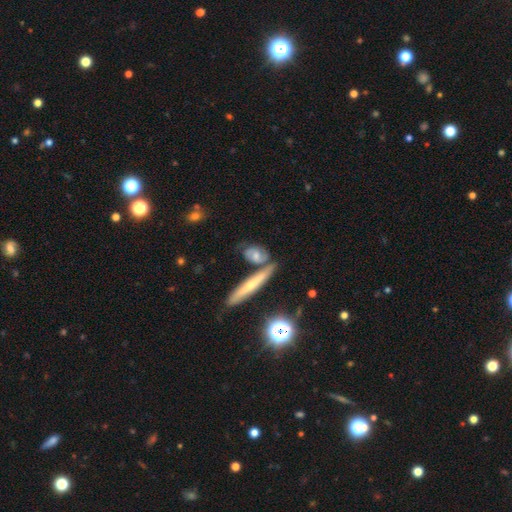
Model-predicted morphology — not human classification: Smooth or featured? featured or disk (51%)
Edge-on disk? no (61%)
Merging? none (58%)